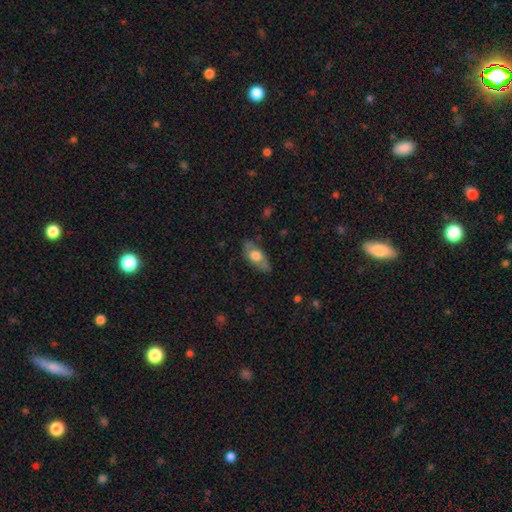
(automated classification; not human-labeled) Smooth or featured?
  - smooth: 57% *
  - featured or disk: 36%
  - star or artifact: 6%
How rounded?
  - in between: 82% *
  - cigar-shaped: 13%
  - round: 6%
Merging?
  - none: 75% *
  - minor disturbance: 18%
  - major disturbance: 5%
  - merger: 1%